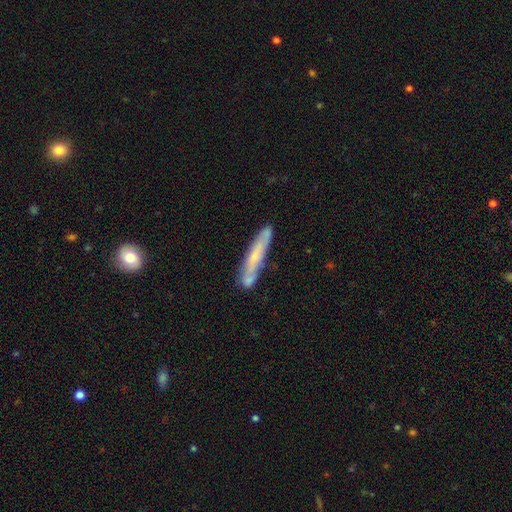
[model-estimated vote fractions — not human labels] Smooth or featured: featured or disk — 48% (smooth — 46%)
Merging: none — 66% (minor disturbance — 18%)